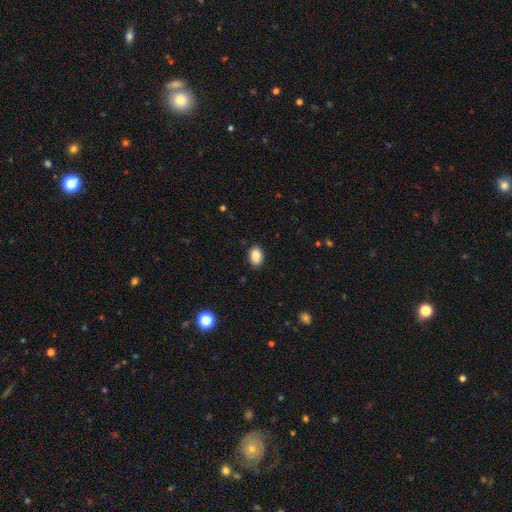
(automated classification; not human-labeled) This appears to be a smooth galaxy with no disk features (89%) that is in between round and cigar-shaped (83%). Merging: none (87%).